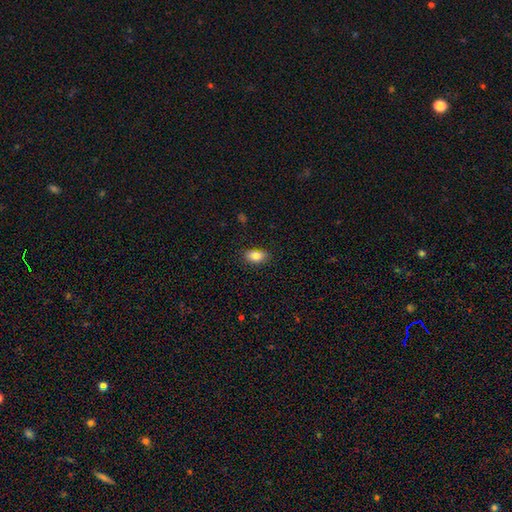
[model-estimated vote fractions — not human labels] smooth 86%, star or artifact 8%, featured or disk 5%. Down the decision tree: how rounded — in between (88%); merging — none (84%).